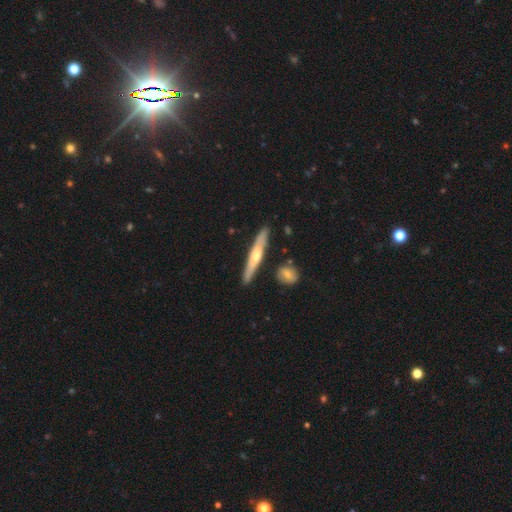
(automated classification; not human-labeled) Smooth or featured? Predicted: featured or disk (p=0.60). Edge-on disk? Predicted: yes (p=0.93). Edge-on bulge? Predicted: rounded (p=0.76). Merging? Predicted: none (p=0.85).